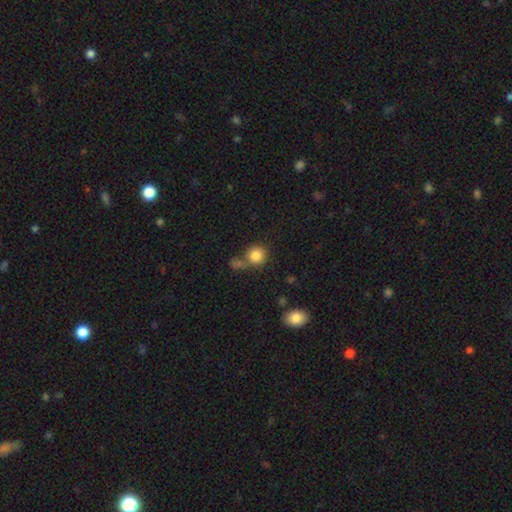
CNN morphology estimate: Smooth or featured? Predicted: smooth (p=0.84). How rounded? Predicted: round (p=0.90). Merging? Predicted: none (p=0.62).